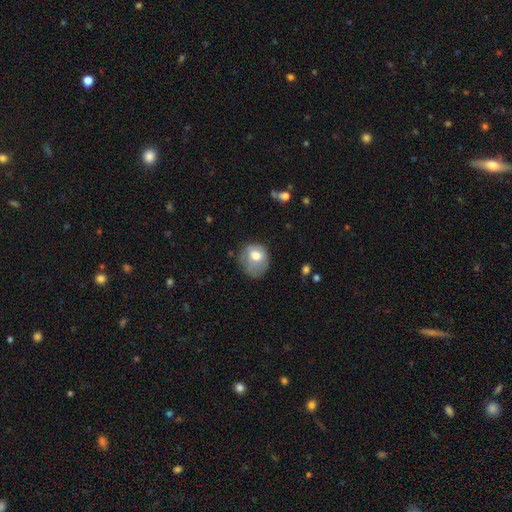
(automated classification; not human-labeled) smooth_or_featured: smooth (p=0.64) [alt: featured or disk p=0.28]
how_rounded: round (p=0.62) [alt: in between p=0.37]
merging: none (p=0.41) [alt: minor disturbance p=0.34]